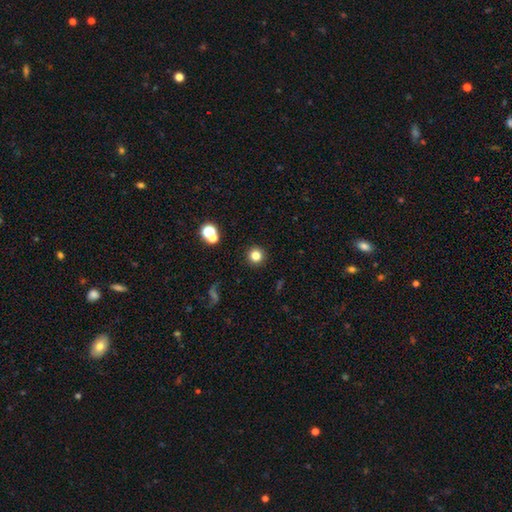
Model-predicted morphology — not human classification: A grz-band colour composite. It shows a smooth galaxy with no disk features (80%) that is round (95%). Merging: none (90%).